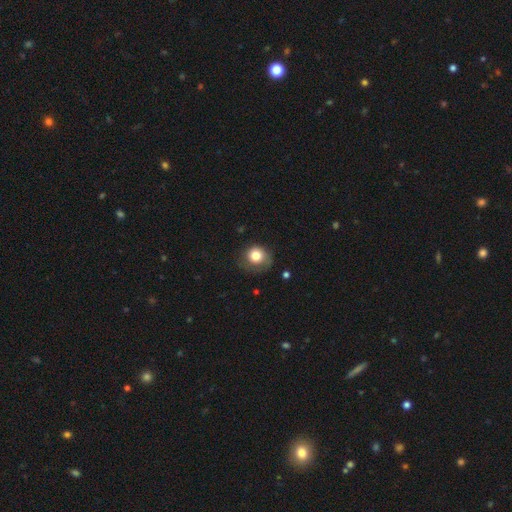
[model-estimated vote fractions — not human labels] This appears to be a smooth galaxy with no disk features (79%) that is round (85%). Merging: none (63%).